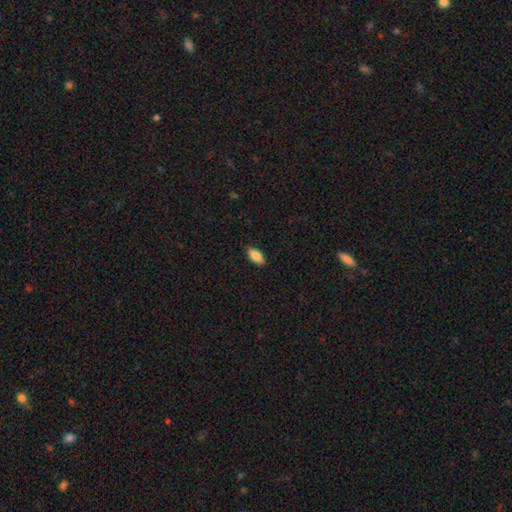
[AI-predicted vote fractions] smooth-or-featured: smooth: 86% | featured or disk: 7% | star or artifact: 7%
  how-rounded: in between: 91% | cigar-shaped: 7% | round: 2%
  merging: none: 89% | minor disturbance: 8% | major disturbance: 2% | merger: 1%